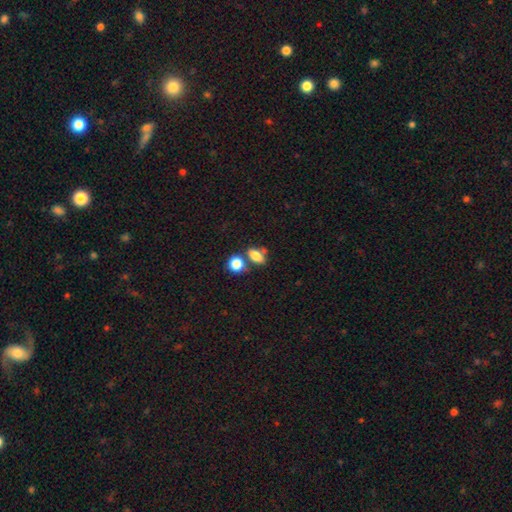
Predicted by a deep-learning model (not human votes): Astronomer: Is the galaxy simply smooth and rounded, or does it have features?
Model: smooth — 80%.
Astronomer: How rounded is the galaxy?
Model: in between — 76%.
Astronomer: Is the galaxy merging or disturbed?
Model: none — 55%.